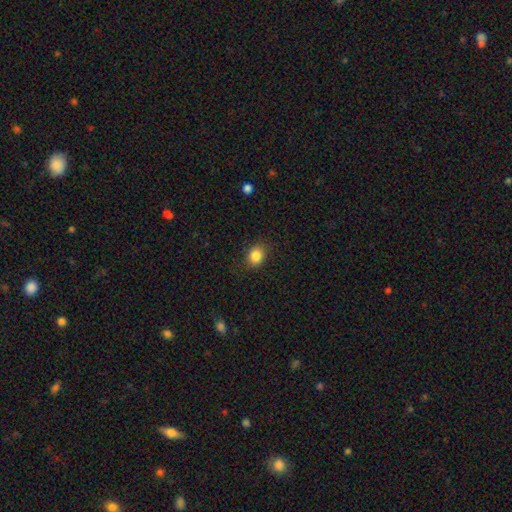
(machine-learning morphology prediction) Q: Smooth or featured?
A: smooth (85%); runner-up: star or artifact (10%)
Q: How rounded?
A: round (51%); runner-up: in between (48%)
Q: Merging?
A: none (85%); runner-up: minor disturbance (11%)